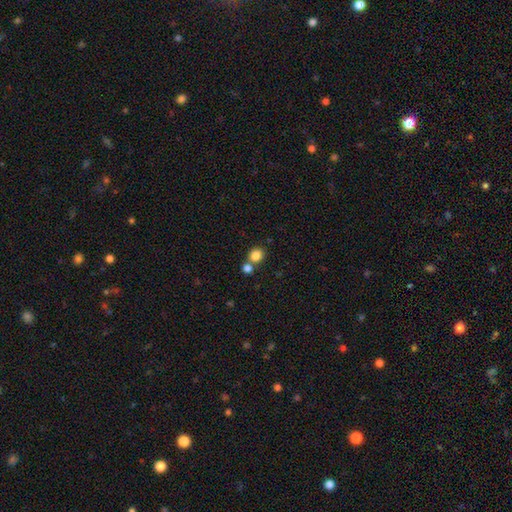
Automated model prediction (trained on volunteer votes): The model was most divided on "merging": none: 60%, merger: 30%, minor disturbance: 7%, major disturbance: 3%. More confident: smooth or featured — smooth (84%); how rounded — round (80%).